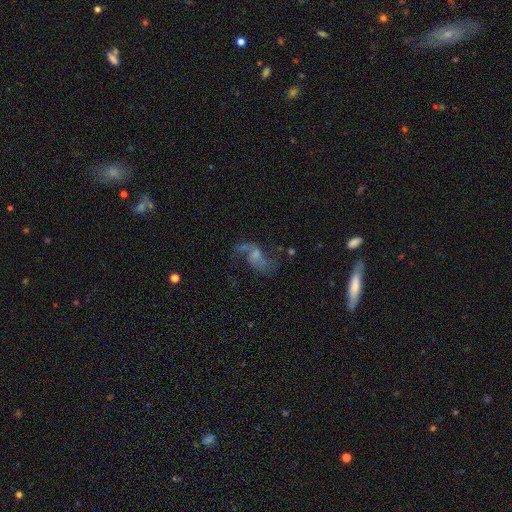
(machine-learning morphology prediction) The model was most divided on "bar": no: 49%, weak: 41%, strong: 10%. Remaining: edge-on disk — no (97%); spiral arms — yes (87%); spiral arm count — 2 (83%); spiral winding — loose (72%); smooth or featured — featured or disk (72%); merging — none (49%); bulge size — small (40%).